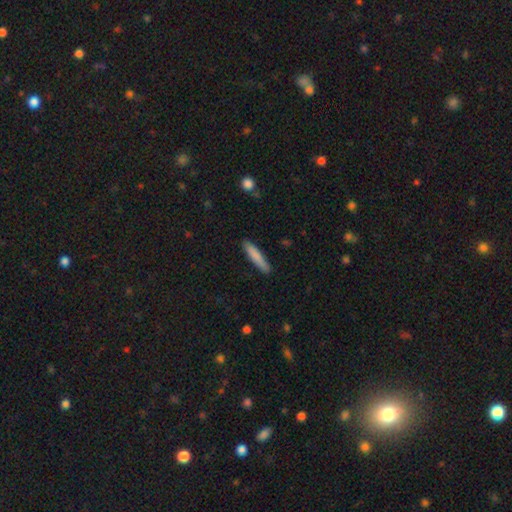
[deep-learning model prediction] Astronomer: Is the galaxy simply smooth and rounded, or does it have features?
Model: smooth — 82%.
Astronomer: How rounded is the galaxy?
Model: cigar-shaped — 90%.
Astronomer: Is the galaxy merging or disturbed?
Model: none — 88%.